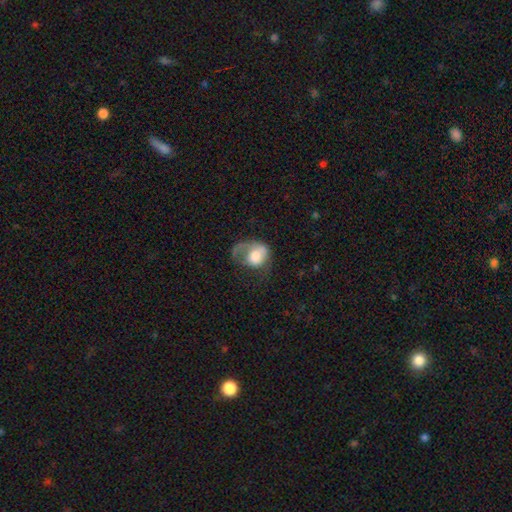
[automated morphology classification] Smooth or featured?
  - smooth: 54% *
  - featured or disk: 39%
  - star or artifact: 7%
How rounded?
  - in between: 56% *
  - round: 43%
  - cigar-shaped: 1%
Merging?
  - major disturbance: 56% *
  - none: 20%
  - minor disturbance: 20%
  - merger: 4%